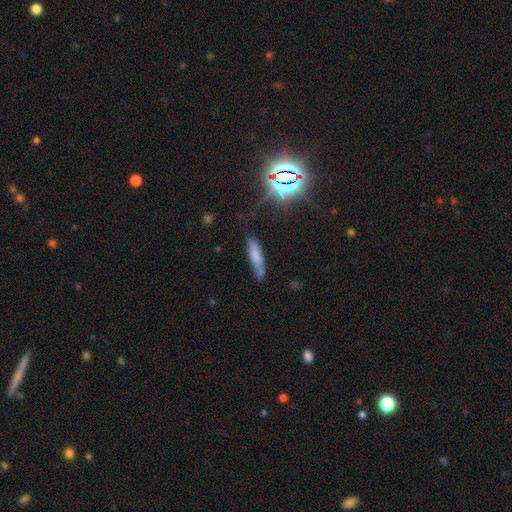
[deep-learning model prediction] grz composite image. It shows a smooth galaxy with no disk features (67%) that is cigar-shaped (79%). Merging: none (67%).